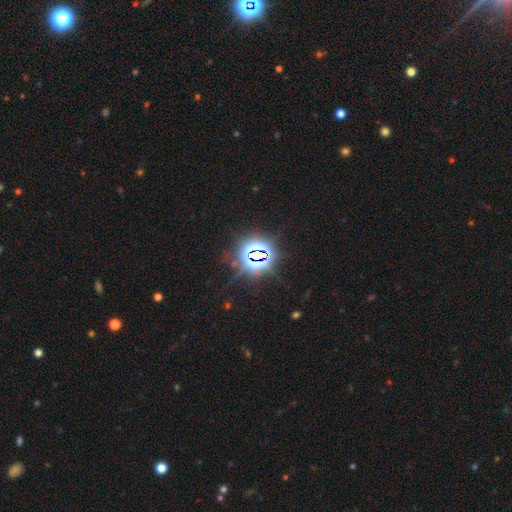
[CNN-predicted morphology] star or artifact 82%, smooth 10%, featured or disk 7%.